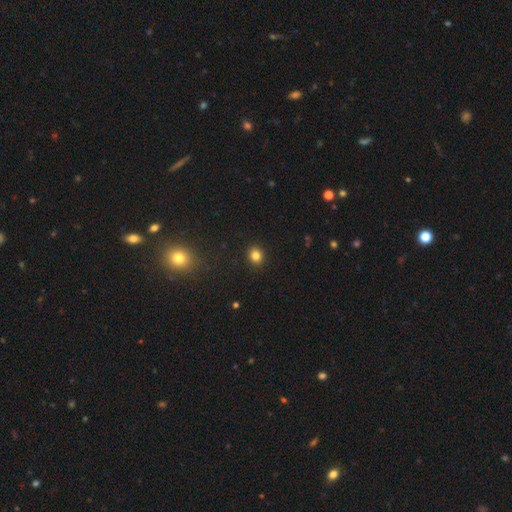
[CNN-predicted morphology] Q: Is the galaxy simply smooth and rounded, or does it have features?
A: smooth — 83%.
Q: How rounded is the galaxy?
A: round — 72%.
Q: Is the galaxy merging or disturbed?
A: none — 91%.